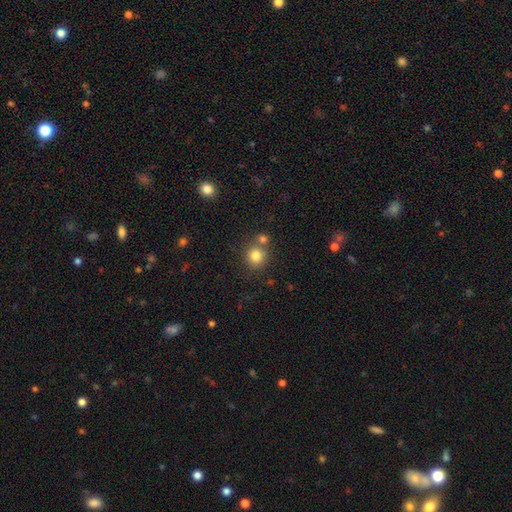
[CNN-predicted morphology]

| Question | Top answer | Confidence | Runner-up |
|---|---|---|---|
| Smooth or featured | smooth | 81% | star or artifact (12%) |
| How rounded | round | 88% | in between (11%) |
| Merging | none | 66% | merger (22%) |